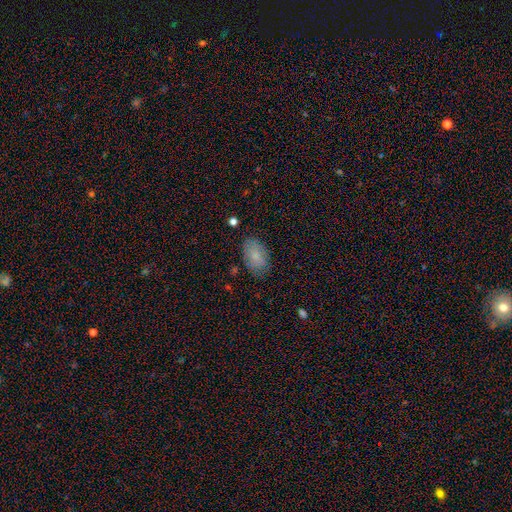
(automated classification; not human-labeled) Smooth or featured? smooth (80%)
How rounded? in between (92%)
Merging? none (80%)